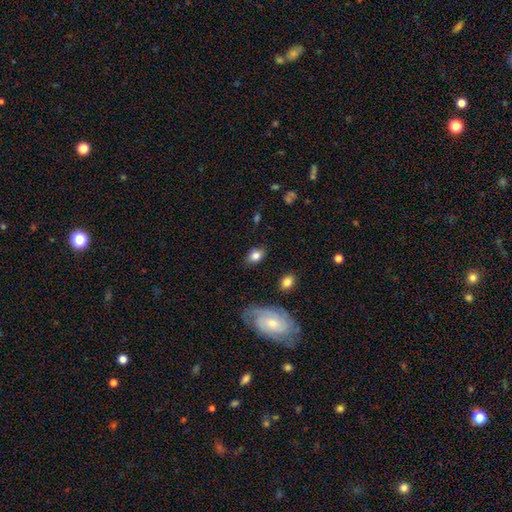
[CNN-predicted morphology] smooth 79%, featured or disk 13%, star or artifact 9%. Down the decision tree: how rounded — in between (78%); merging — none (78%).